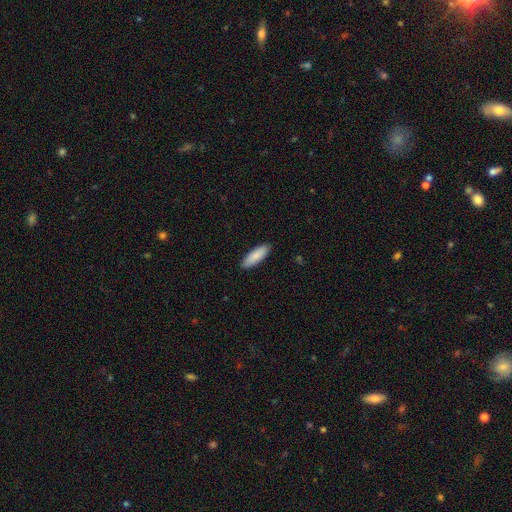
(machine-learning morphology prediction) Smooth or featured?
  - smooth: 88% *
  - featured or disk: 7%
  - star or artifact: 5%
How rounded?
  - cigar-shaped: 49% * (tied)
  - in between: 49% * (tied)
  - round: 1%
Merging?
  - none: 90% *
  - minor disturbance: 7%
  - major disturbance: 2%
  - merger: 1%